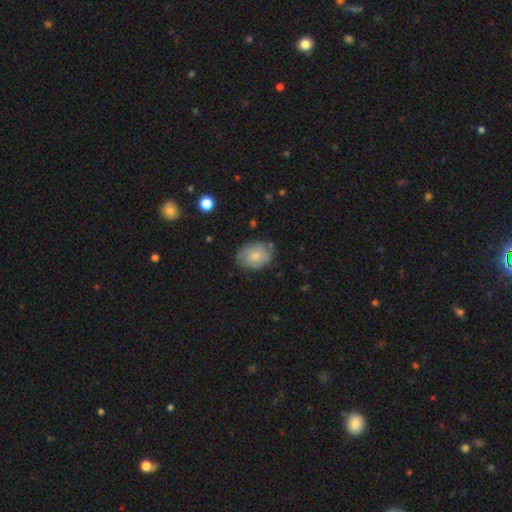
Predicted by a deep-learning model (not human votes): A smooth galaxy with no disk features (63%) that is in between round and cigar-shaped (58%).

Vote fractions:
- Smooth or featured? smooth: 63% / featured or disk: 30% / star or artifact: 7%
- How rounded? in between: 58% / round: 41% / cigar-shaped: 1%
- Merging? none: 66% / minor disturbance: 25% / major disturbance: 6% / merger: 2%